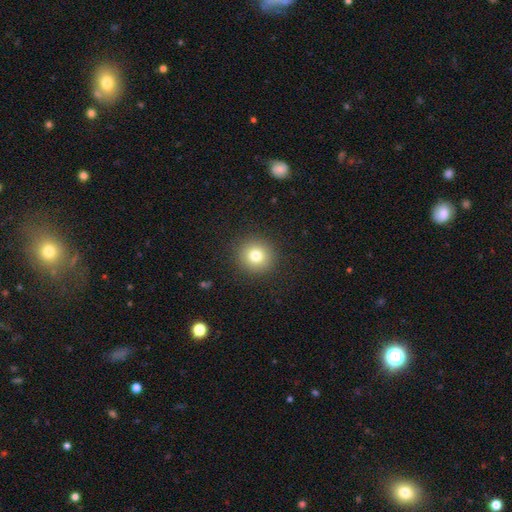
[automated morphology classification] smooth-or-featured: smooth: 80% | star or artifact: 12% | featured or disk: 9%
  how-rounded: round: 93% | in between: 6% | cigar-shaped: 1%
  merging: none: 91% | minor disturbance: 6% | major disturbance: 2% | merger: 1%